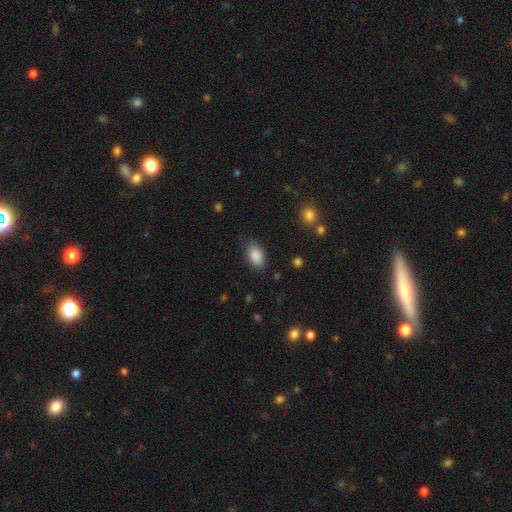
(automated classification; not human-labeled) Smooth or featured? Predicted: smooth (p=0.88). How rounded? Predicted: in between (p=0.91). Merging? Predicted: none (p=0.81).